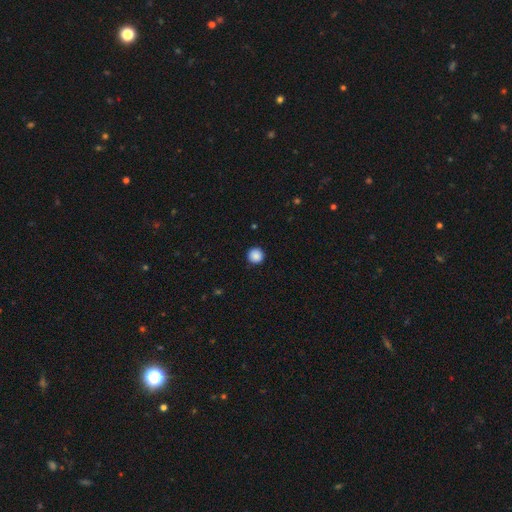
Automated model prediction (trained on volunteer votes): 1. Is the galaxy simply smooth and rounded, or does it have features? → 88% smooth, 9% star or artifact, 3% featured or disk.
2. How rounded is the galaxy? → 95% round, 4% in between, 1% cigar-shaped.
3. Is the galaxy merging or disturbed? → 92% none, 5% minor disturbance, 2% major disturbance, 1% merger.